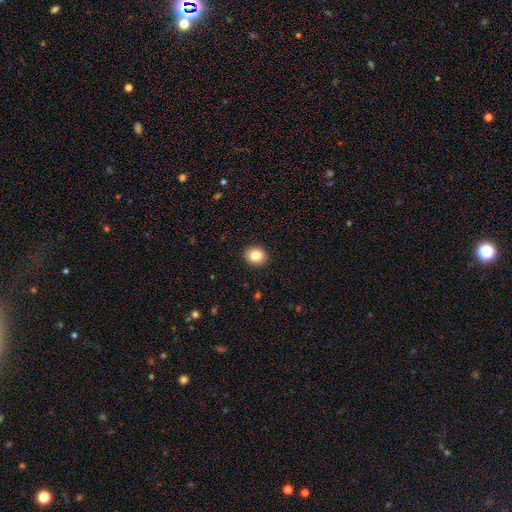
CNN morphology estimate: type=smooth (84%); roundness=round (74%); merging=none (92%).